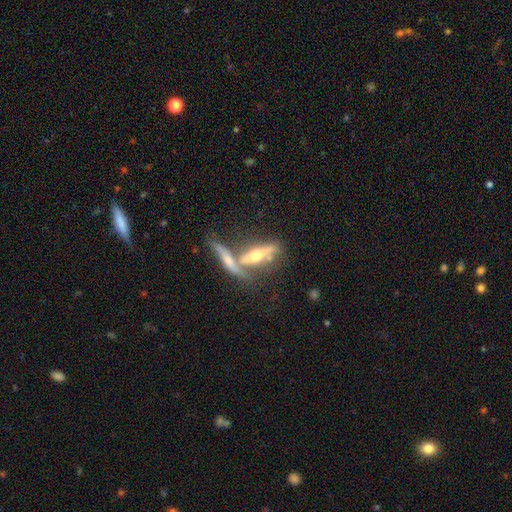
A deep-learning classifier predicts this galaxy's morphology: Smooth or featured? Predicted: featured or disk (p=0.70). Edge-on disk? Predicted: yes (p=0.82). Edge-on bulge? Predicted: rounded (p=0.90). Merging? Predicted: merger (p=0.46).